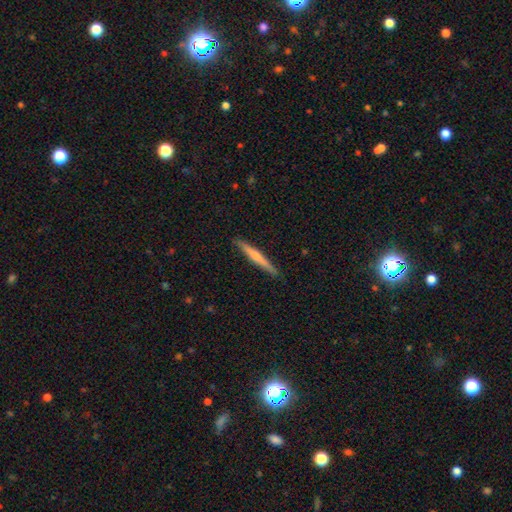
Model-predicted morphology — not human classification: This is possibly a featured or disk galaxy (58%). It is clearly viewed edge-on (96%). Edge-on bulge: likely rounded (70%). Merging: clearly none (90%).